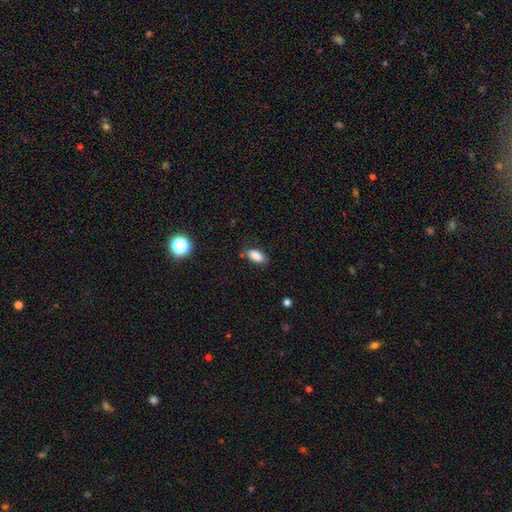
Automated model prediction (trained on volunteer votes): Smooth or featured?
  - smooth: 86% *
  - star or artifact: 9%
  - featured or disk: 6%
How rounded?
  - in between: 90% *
  - cigar-shaped: 6%
  - round: 4%
Merging?
  - none: 79% *
  - minor disturbance: 15%
  - major disturbance: 3%
  - merger: 2%